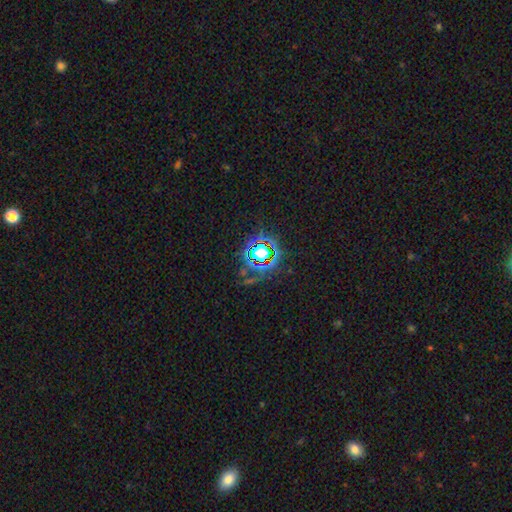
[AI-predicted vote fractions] The model was most divided on "smooth or featured": star or artifact: 73%, smooth: 14%, featured or disk: 12%.